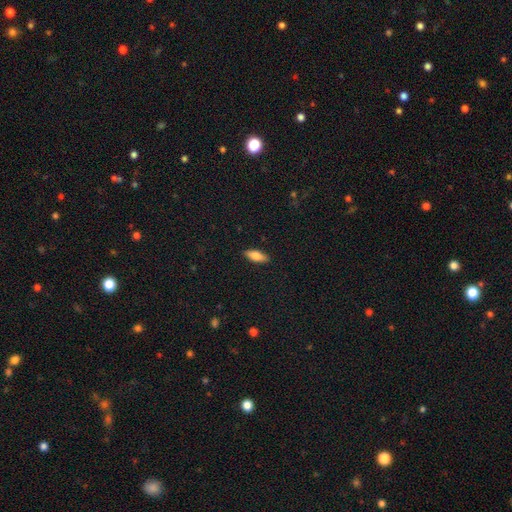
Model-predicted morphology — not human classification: Smooth or featured: smooth — 78% (featured or disk — 16%)
How rounded: in between — 73% (cigar-shaped — 25%)
Merging: none — 89% (minor disturbance — 8%)